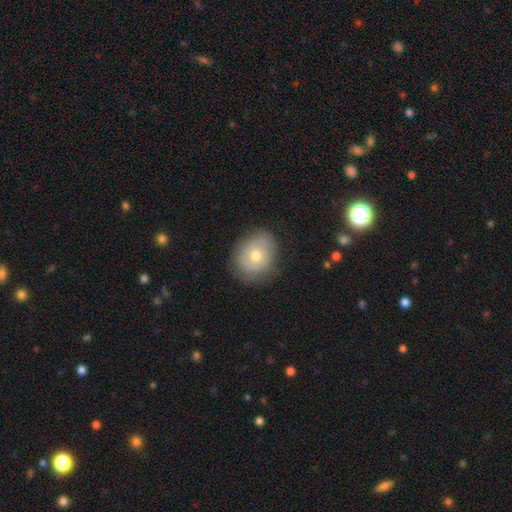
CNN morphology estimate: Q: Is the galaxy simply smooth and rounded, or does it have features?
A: smooth — 59%.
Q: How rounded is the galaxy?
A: round — 64%.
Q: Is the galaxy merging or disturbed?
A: none — 76%.